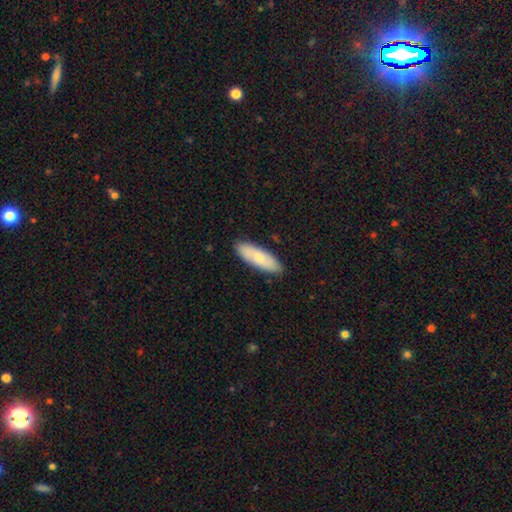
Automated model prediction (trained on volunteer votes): The model was most divided on "how rounded": in between: 53%, cigar-shaped: 46%, round: 2%. More confident: merging — none (88%); smooth or featured — smooth (76%).